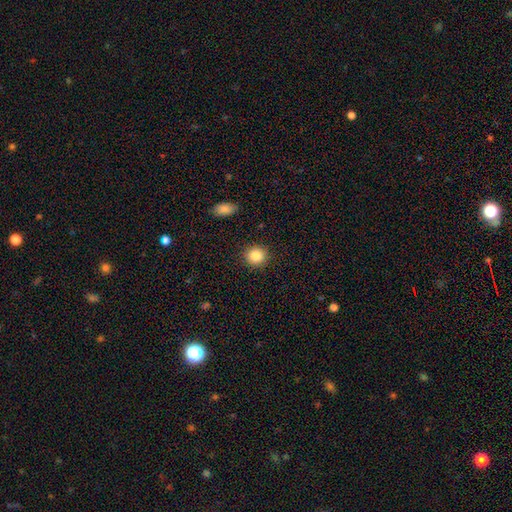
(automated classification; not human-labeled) Morphology: type=smooth (85%); roundness=round (88%); merging=none (91%).